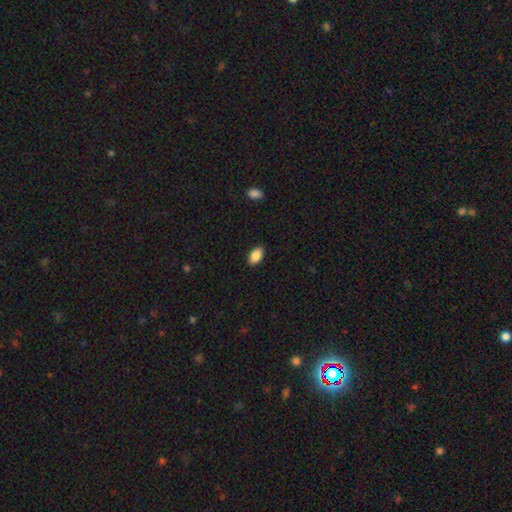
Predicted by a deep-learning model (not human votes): A smooth galaxy with no disk features (87%) that is in between round and cigar-shaped (93%). Merging: none (89%).